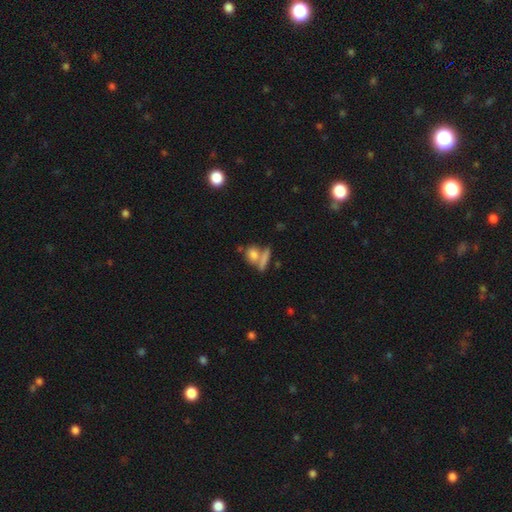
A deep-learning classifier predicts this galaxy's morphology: Q: Smooth or featured?
A: smooth (76%); runner-up: featured or disk (14%)
Q: How rounded?
A: round (46%); runner-up: in between (40%)
Q: Merging?
A: none (48%); runner-up: merger (37%)